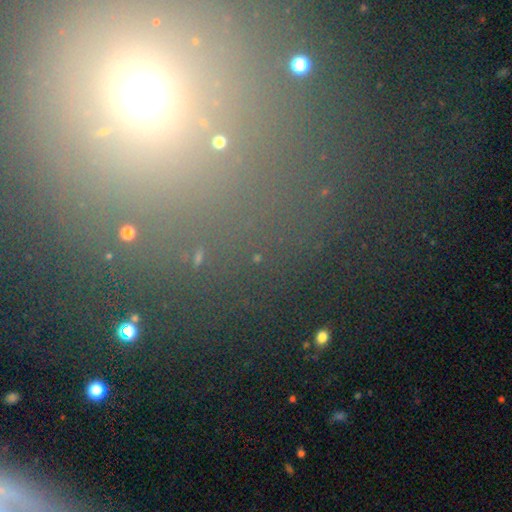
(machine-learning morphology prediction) Smooth or featured: star or artifact — 64% (smooth — 24%)